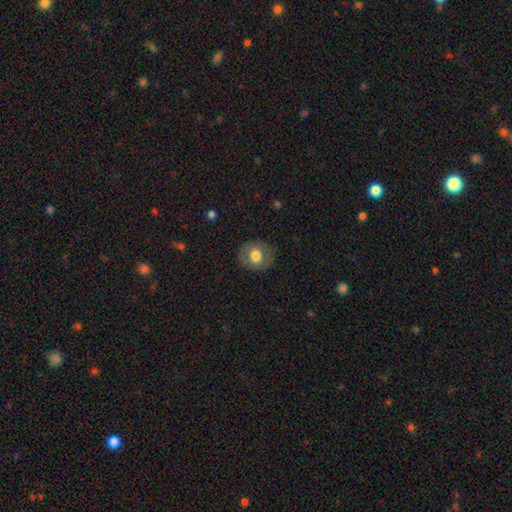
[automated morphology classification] Q: Smooth or featured?
A: smooth (64%); runner-up: featured or disk (29%)
Q: How rounded?
A: round (73%); runner-up: in between (26%)
Q: Merging?
A: none (84%); runner-up: minor disturbance (11%)